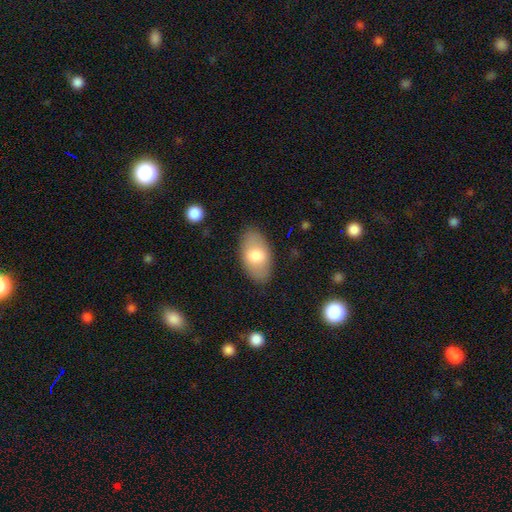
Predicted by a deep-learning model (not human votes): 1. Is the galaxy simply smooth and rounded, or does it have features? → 71% smooth, 22% featured or disk, 6% star or artifact.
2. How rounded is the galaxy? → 94% in between, 5% round, 2% cigar-shaped.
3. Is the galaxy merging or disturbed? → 84% none, 12% minor disturbance, 3% major disturbance, 1% merger.